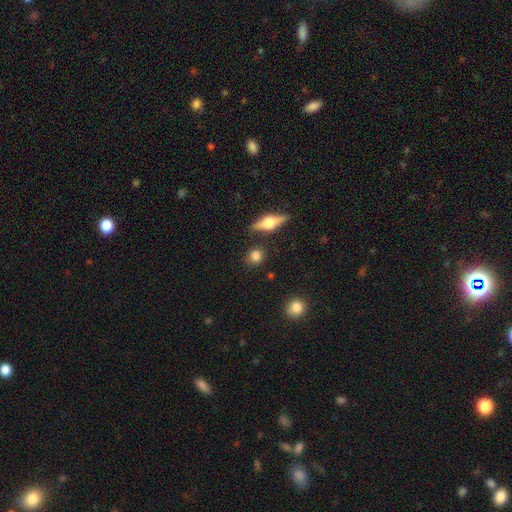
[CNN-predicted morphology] Smooth or featured? Predicted: smooth (p=0.78). How rounded? Predicted: round (p=0.77). Merging? Predicted: none (p=0.83).